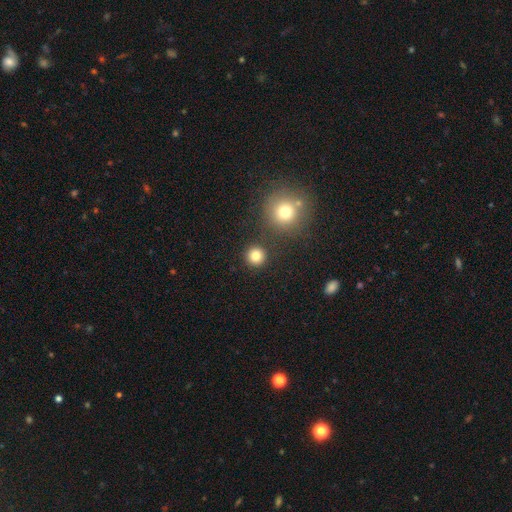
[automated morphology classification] This appears to be a smooth galaxy with no disk features (82%) that is round (95%). Merging: none (88%).